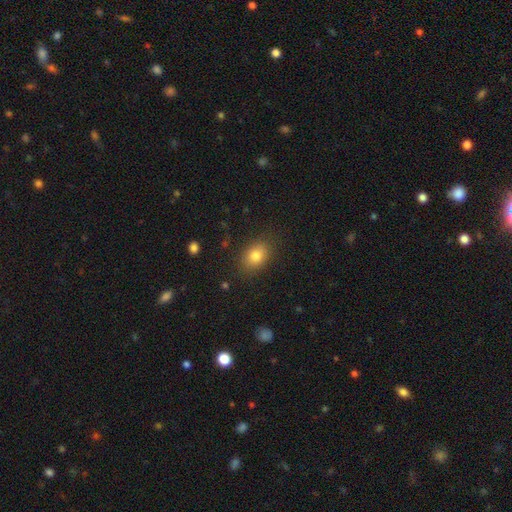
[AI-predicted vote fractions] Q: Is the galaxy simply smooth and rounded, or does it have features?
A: smooth — 81%.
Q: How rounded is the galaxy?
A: in between — 73%.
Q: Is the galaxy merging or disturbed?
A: none — 85%.